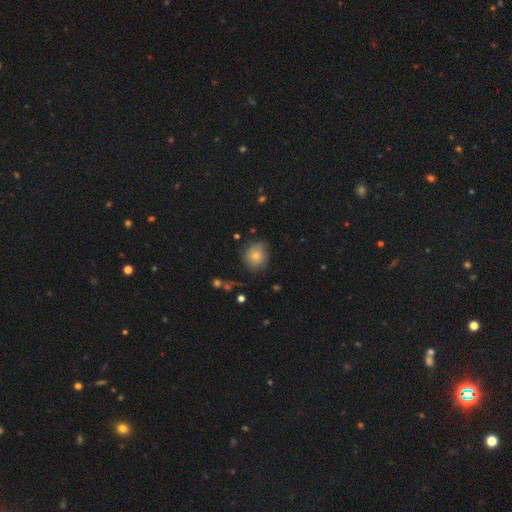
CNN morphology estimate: Overall: smooth (65%). How rounded: round (79%). Merging: none (66%).